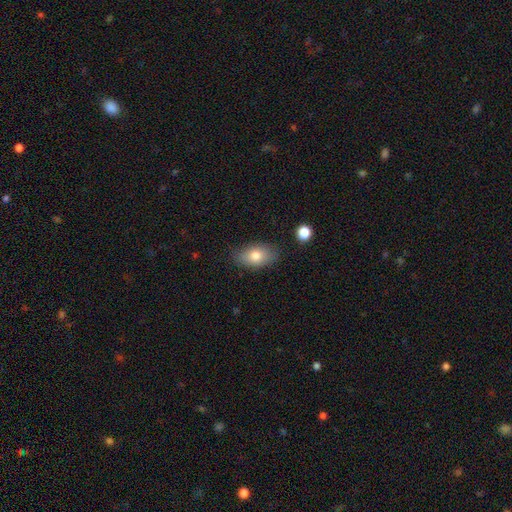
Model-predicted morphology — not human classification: type=smooth (77%); roundness=in between (89%); merging=none (81%).